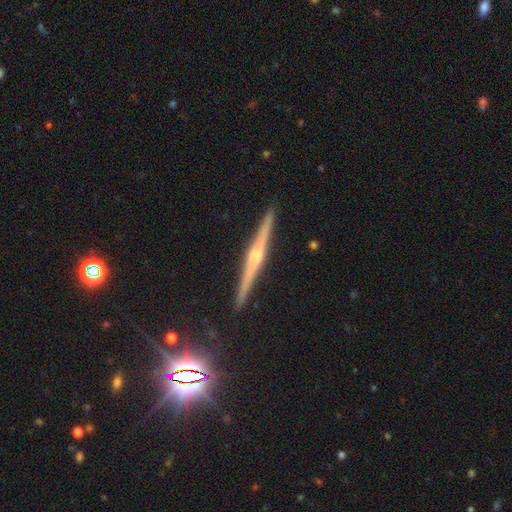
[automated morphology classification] smooth_or_featured: featured or disk (p=0.81) [alt: smooth p=0.10]
disk_edge_on: yes (p=0.98) [alt: no p=0.02]
edge_on_bulge: rounded (p=0.81) [alt: boxy p=0.10]
merging: none (p=0.92) [alt: minor disturbance p=0.05]